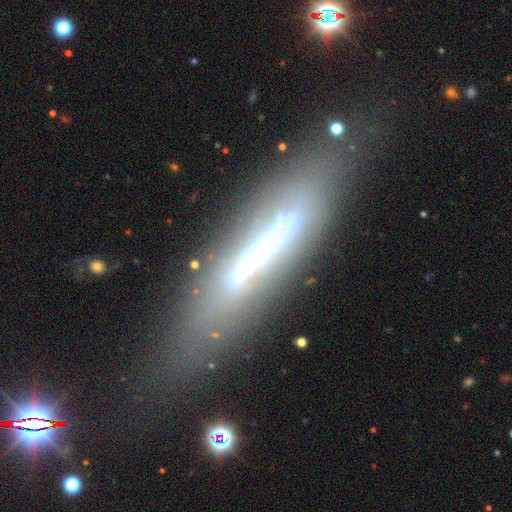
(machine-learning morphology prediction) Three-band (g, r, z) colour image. It shows a featured or disk galaxy (65%) viewed edge-on (71%). Merging: none (67%).